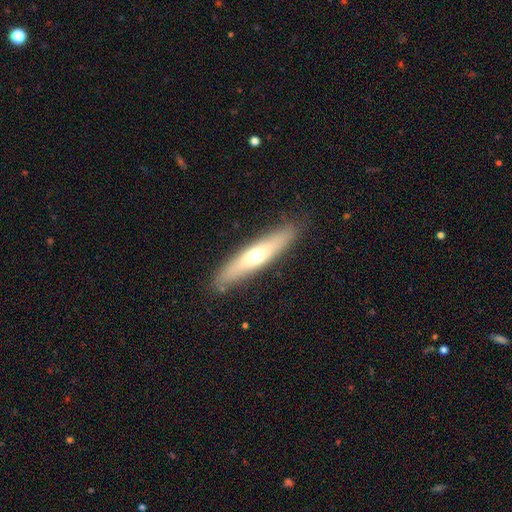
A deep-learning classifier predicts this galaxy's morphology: A smooth galaxy with no disk features (52%) that is cigar-shaped (80%).

Vote fractions:
- Smooth or featured? smooth: 52% / featured or disk: 42% / star or artifact: 6%
- How rounded? cigar-shaped: 80% / in between: 18% / round: 2%
- Merging? none: 87% / minor disturbance: 9% / major disturbance: 2% / merger: 1%